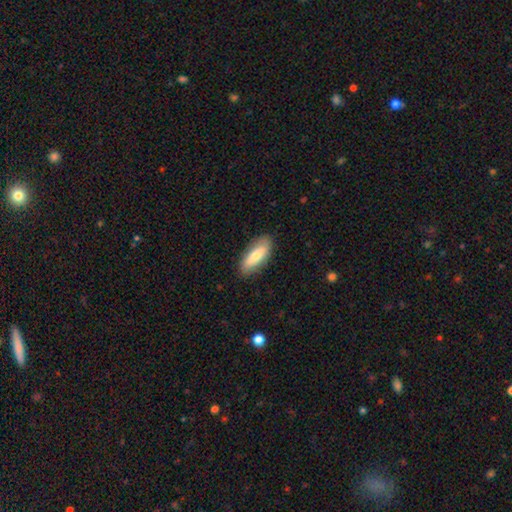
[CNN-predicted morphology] The model was most divided on "how rounded": in between: 72%, cigar-shaped: 26%, round: 2%. More confident: merging — none (85%); smooth or featured — smooth (74%).